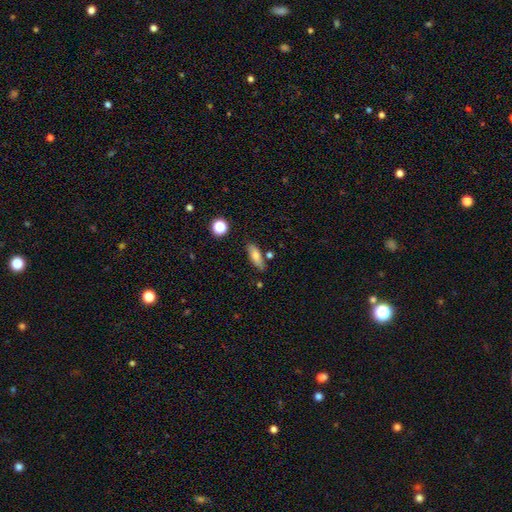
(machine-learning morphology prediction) A smooth galaxy with no disk features (75%) that is in between round and cigar-shaped (60%). Merging: none (77%).